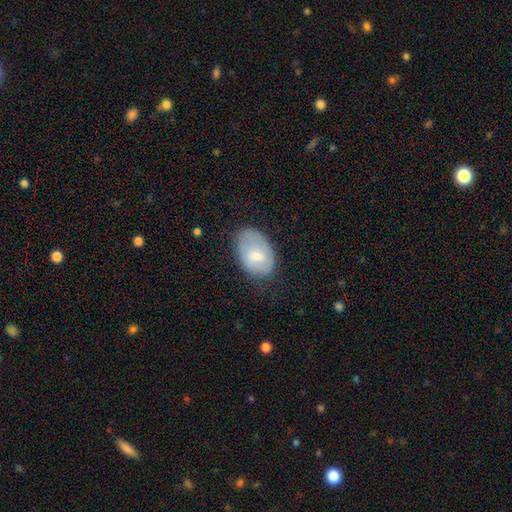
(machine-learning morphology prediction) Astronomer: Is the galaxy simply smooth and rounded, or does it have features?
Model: smooth — 68%.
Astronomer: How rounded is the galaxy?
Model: in between — 87%.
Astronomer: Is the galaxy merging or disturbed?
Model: none — 59%.